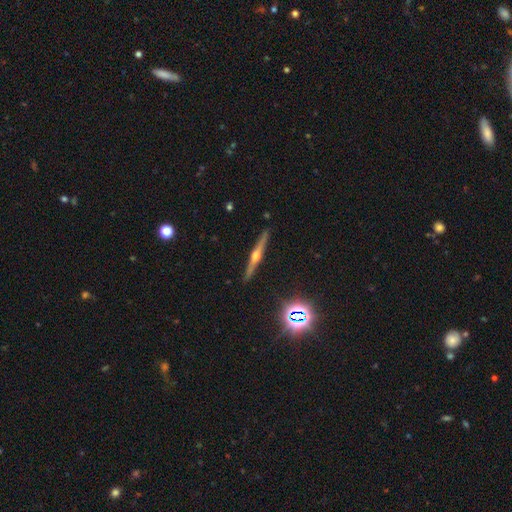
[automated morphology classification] smooth_or_featured: featured or disk (p=0.75) [alt: smooth p=0.16]
disk_edge_on: yes (p=0.98) [alt: no p=0.02]
edge_on_bulge: rounded (p=0.92) [alt: none p=0.04]
merging: none (p=0.90) [alt: minor disturbance p=0.07]